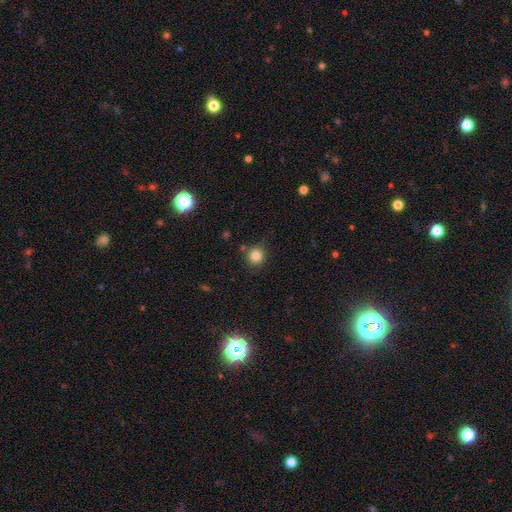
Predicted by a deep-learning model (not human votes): Smooth or featured: smooth — 83% (star or artifact — 11%)
How rounded: round — 89% (in between — 10%)
Merging: none — 80% (minor disturbance — 12%)